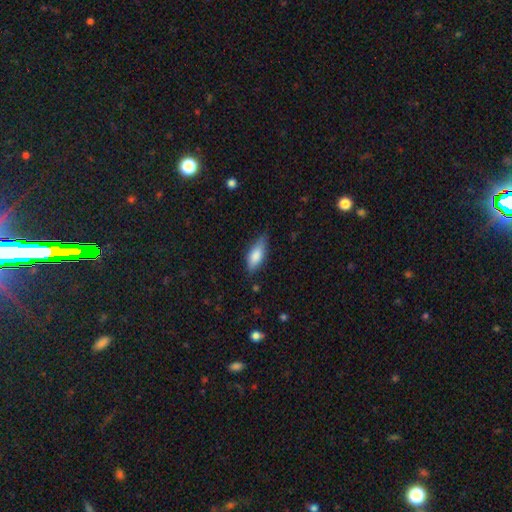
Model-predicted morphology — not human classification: smooth 79%, featured or disk 14%, star or artifact 6%. Down the decision tree: how rounded — in between (75%); merging — none (69%).